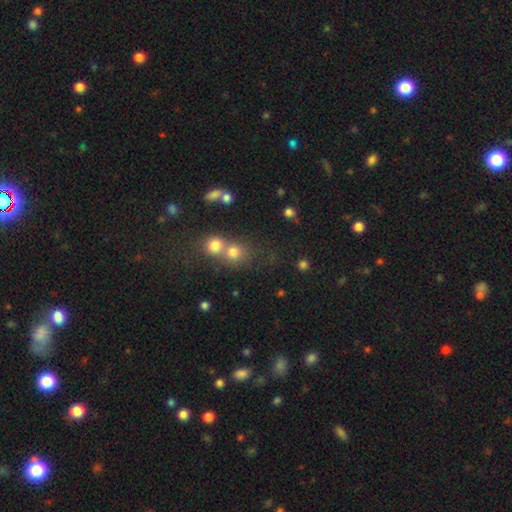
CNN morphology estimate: A smooth galaxy with no disk features (48%). Merging: none (51%).